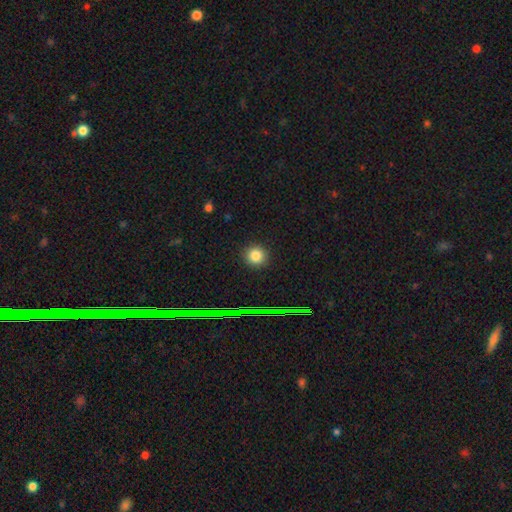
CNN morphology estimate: Smooth or featured: smooth — 81% (star or artifact — 14%)
How rounded: round — 92% (in between — 7%)
Merging: none — 91% (minor disturbance — 6%)